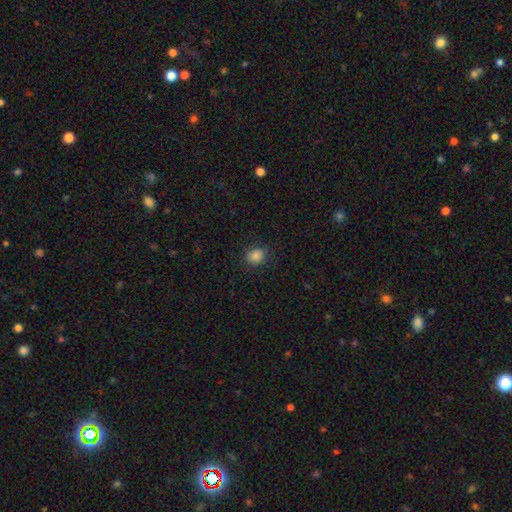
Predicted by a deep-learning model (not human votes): smooth-or-featured: smooth: 85% | star or artifact: 11% | featured or disk: 3%
  how-rounded: round: 68% | in between: 31% | cigar-shaped: 1%
  merging: none: 86% | minor disturbance: 10% | major disturbance: 3% | merger: 1%